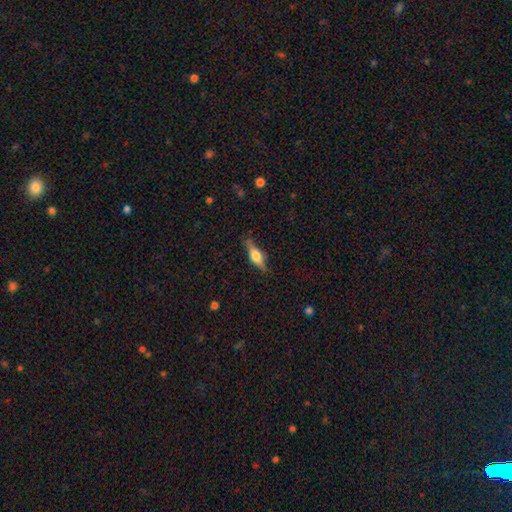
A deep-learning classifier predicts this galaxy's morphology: Q: Smooth or featured?
A: featured or disk (51%); runner-up: smooth (42%)
Q: Edge-on disk?
A: yes (92%); runner-up: no (8%)
Q: Merging?
A: none (77%); runner-up: minor disturbance (17%)